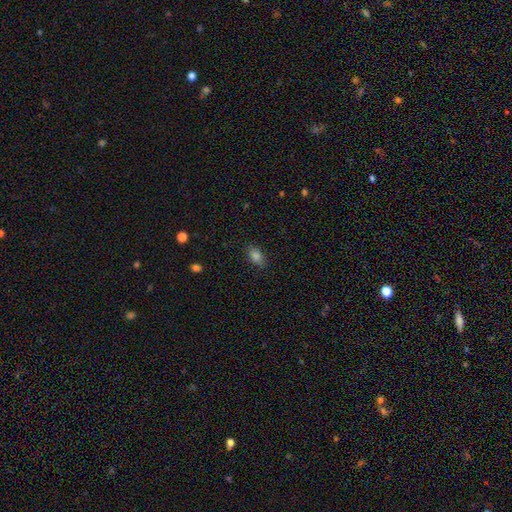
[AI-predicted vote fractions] Morphology: type=smooth (82%); roundness=in between (87%); merging=none (86%).